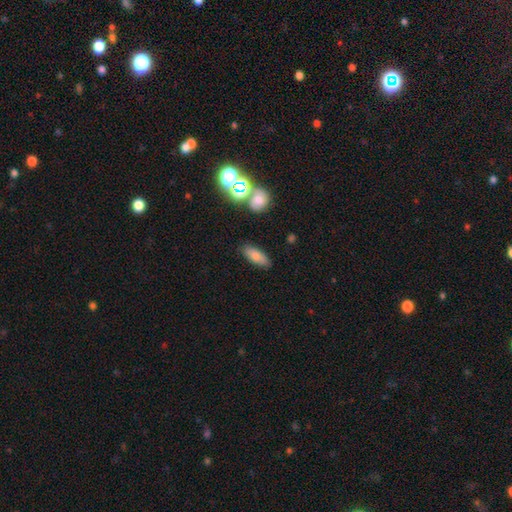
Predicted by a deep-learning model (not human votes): smooth 78%, featured or disk 12%, star or artifact 10%. Down the decision tree: how rounded — in between (77%); merging — none (83%).